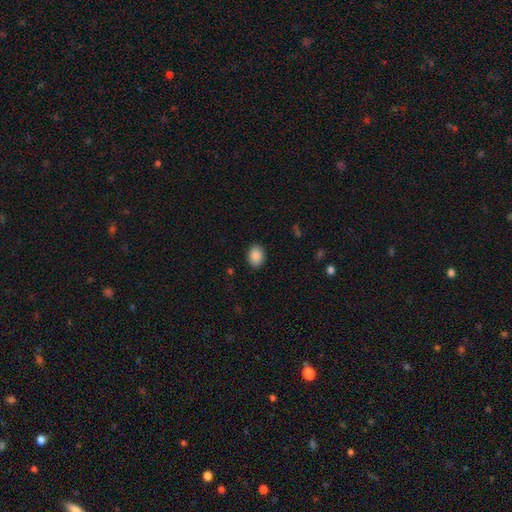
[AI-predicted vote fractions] smooth 89%, star or artifact 8%, featured or disk 3%. Down the decision tree: how rounded — in between (71%); merging — none (88%).